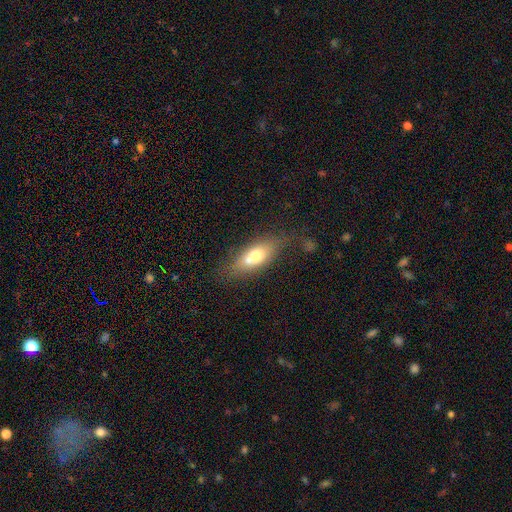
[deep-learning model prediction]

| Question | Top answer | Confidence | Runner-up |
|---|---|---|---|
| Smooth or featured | smooth | 65% | featured or disk (27%) |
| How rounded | in between | 76% | cigar-shaped (17%) |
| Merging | none | 51% | merger (25%) |